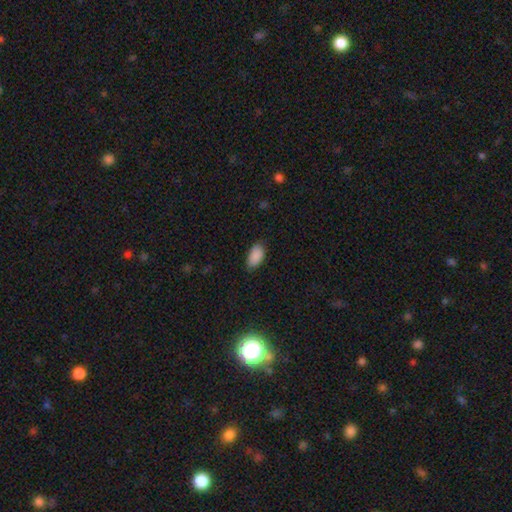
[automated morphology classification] Smooth or featured? smooth (89%)
How rounded? in between (94%)
Merging? none (80%)